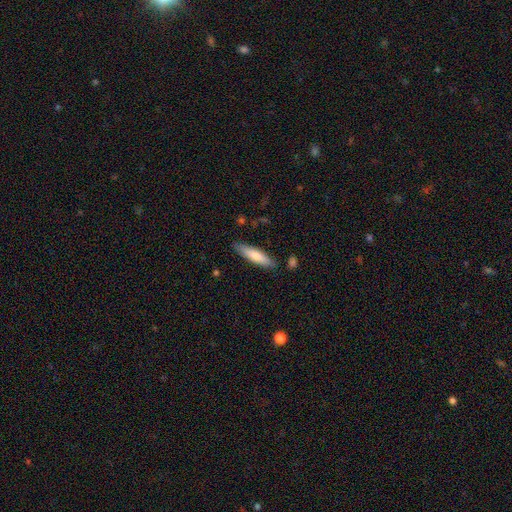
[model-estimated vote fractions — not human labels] smooth_or_featured: smooth (p=0.75) [alt: featured or disk p=0.20]
how_rounded: cigar-shaped (p=0.77) [alt: in between p=0.22]
merging: none (p=0.85) [alt: minor disturbance p=0.11]